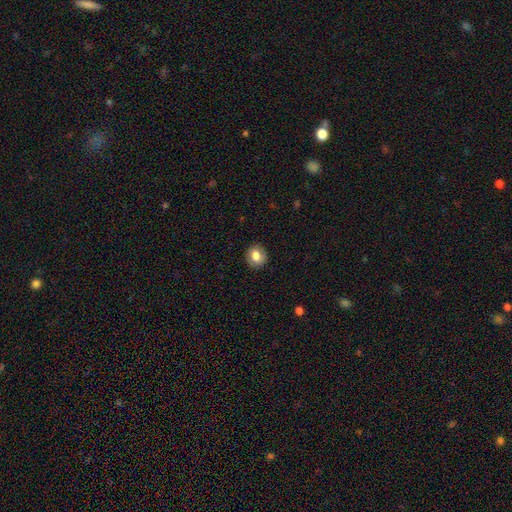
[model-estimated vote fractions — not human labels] Q: Smooth or featured?
A: smooth (77%); runner-up: featured or disk (14%)
Q: How rounded?
A: round (75%); runner-up: in between (24%)
Q: Merging?
A: none (87%); runner-up: minor disturbance (9%)